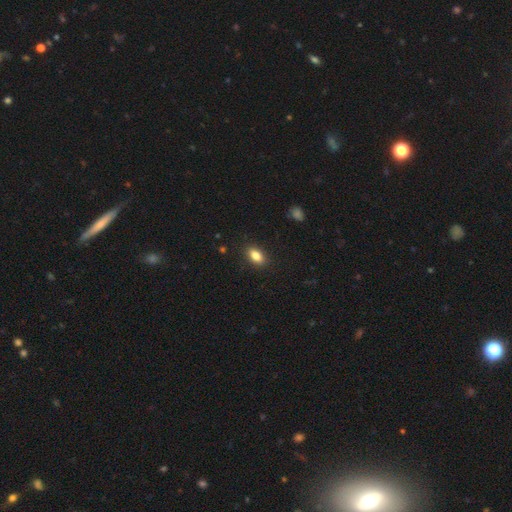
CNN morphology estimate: The model was most divided on "smooth or featured": smooth: 84%, star or artifact: 9%, featured or disk: 7%. More confident: merging — none (88%); how rounded — in between (88%).